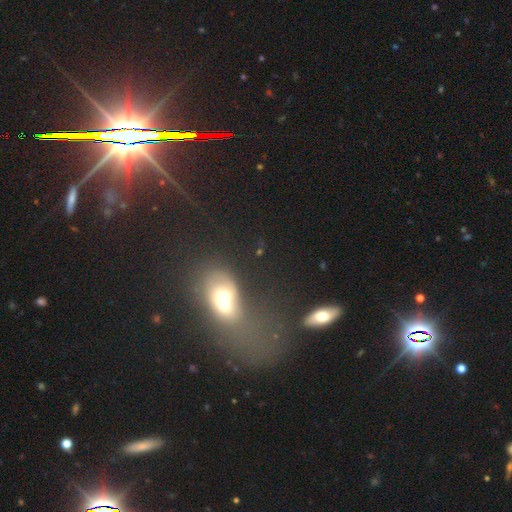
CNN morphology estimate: The model was most divided on "merging": merger: 31%, major disturbance: 30%, none: 26%, minor disturbance: 14%. Remaining: smooth or featured — smooth (41%).